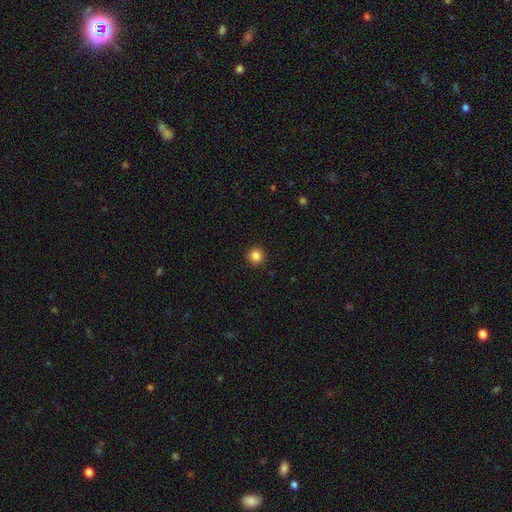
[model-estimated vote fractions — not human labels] This appears to be a smooth galaxy with no disk features (85%) that is round (94%). Merging: none (93%).